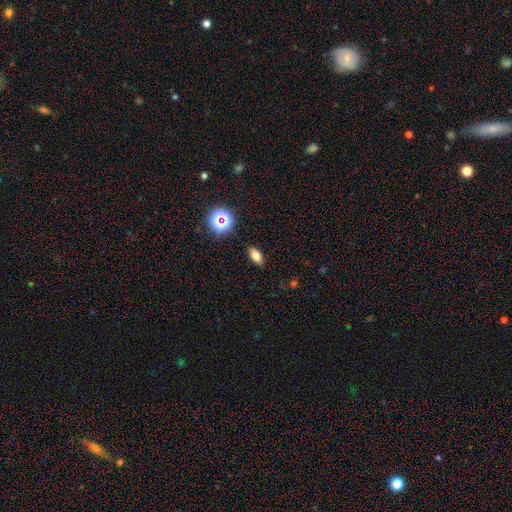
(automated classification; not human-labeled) smooth_or_featured: smooth (p=0.72) [alt: star or artifact p=0.15]
how_rounded: in between (p=0.83) [alt: round p=0.09]
merging: none (p=0.87) [alt: minor disturbance p=0.09]